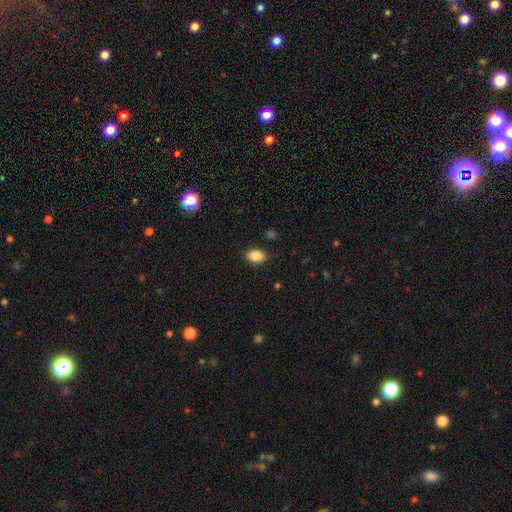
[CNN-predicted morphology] smooth 85%, star or artifact 9%, featured or disk 6%. Down the decision tree: how rounded — in between (84%); merging — none (87%).